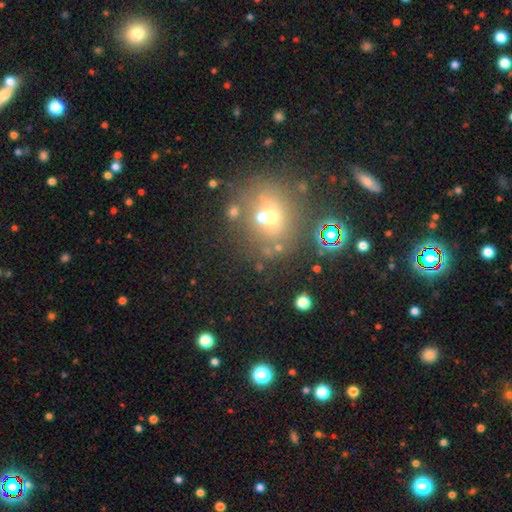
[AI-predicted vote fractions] Smooth or featured? Predicted: smooth (p=0.40). Merging? Predicted: none (p=0.68).